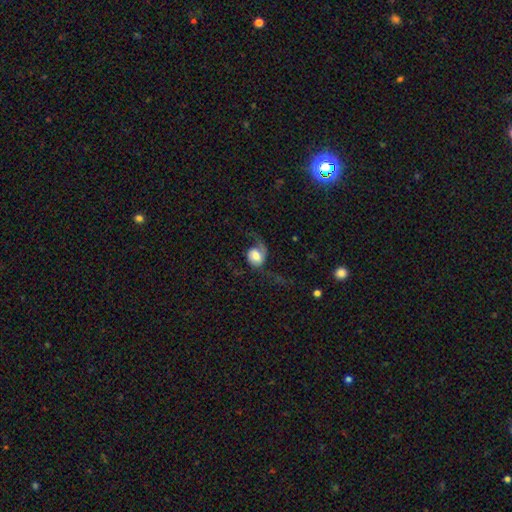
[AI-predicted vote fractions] smooth_or_featured: featured or disk (p=0.52) [alt: smooth p=0.40]
disk_edge_on: no (p=0.97) [alt: yes p=0.03]
bar: no (p=0.59) [alt: weak p=0.31]
has_spiral_arms: yes (p=0.84) [alt: no p=0.16]
bulge_size: moderate (p=0.37) [tied with: large p=0.37]
merging: major disturbance (p=0.41) [alt: none p=0.38]